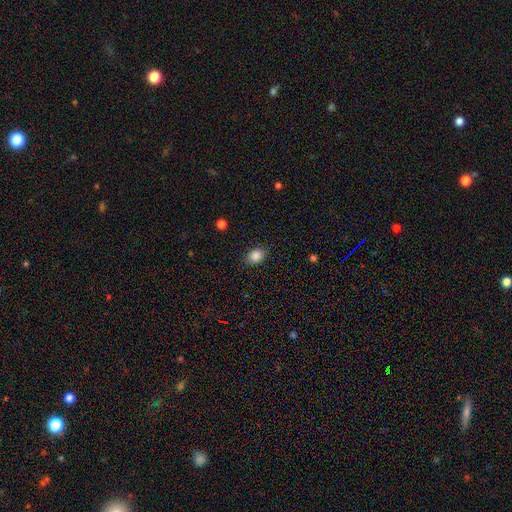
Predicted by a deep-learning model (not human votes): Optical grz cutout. It shows a smooth galaxy with no disk features (86%) that is in between round and cigar-shaped (64%). Merging: none (86%).